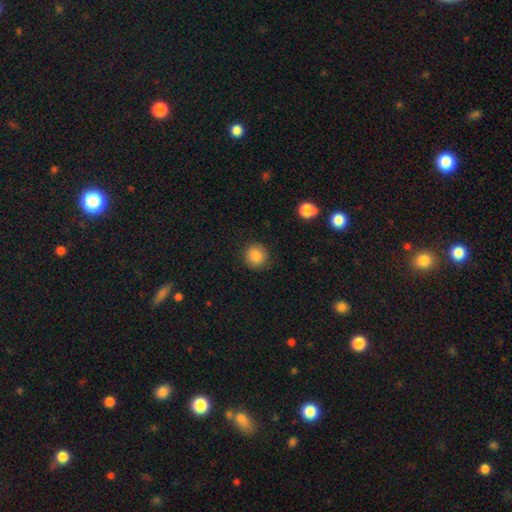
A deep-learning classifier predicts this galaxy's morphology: Overall: smooth (85%). How rounded: round (93%). Merging: none (90%).